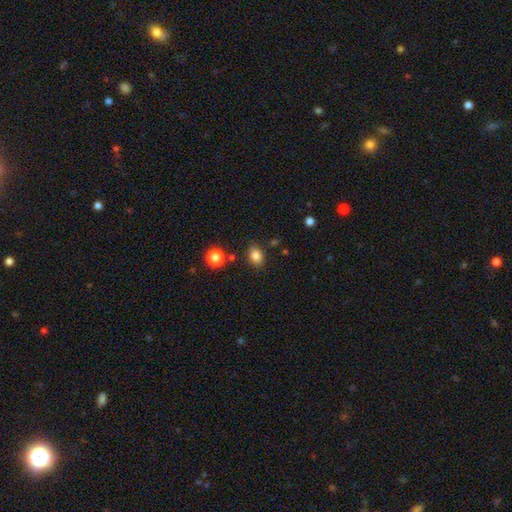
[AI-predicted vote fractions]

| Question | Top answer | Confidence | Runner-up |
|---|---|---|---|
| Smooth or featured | smooth | 83% | star or artifact (11%) |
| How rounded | in between | 66% | round (32%) |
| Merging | none | 81% | minor disturbance (12%) |